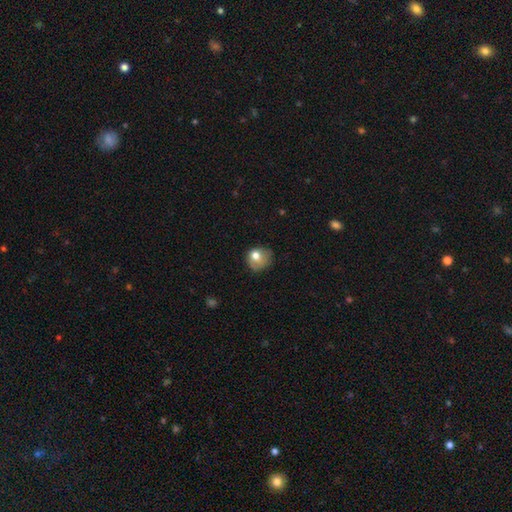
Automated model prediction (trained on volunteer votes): Smooth or featured? smooth (71%)
How rounded? round (71%)
Merging? none (45%)